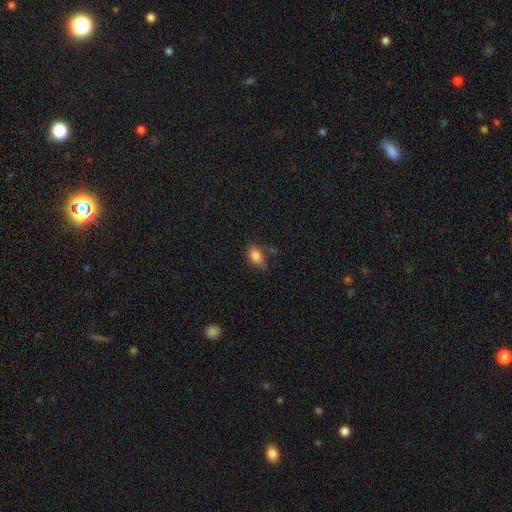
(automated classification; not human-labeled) This is clearly a smooth galaxy (82%). How rounded: clearly in between (87%). Merging: possibly none (59%).